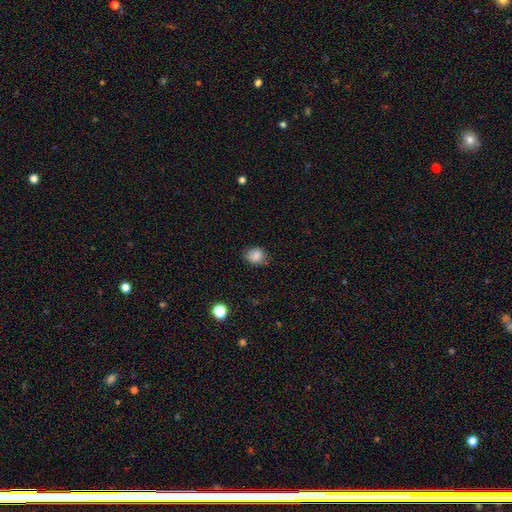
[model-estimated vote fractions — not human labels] Smooth or featured? Predicted: smooth (p=0.85). How rounded? Predicted: round (p=0.57). Merging? Predicted: none (p=0.74).